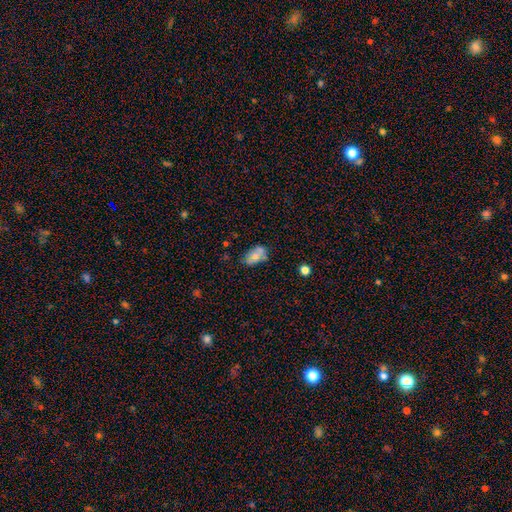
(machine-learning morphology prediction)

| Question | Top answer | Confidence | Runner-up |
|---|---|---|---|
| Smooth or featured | smooth | 61% | star or artifact (20%) |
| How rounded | in between | 87% | round (11%) |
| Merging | none | 60% | minor disturbance (25%) |